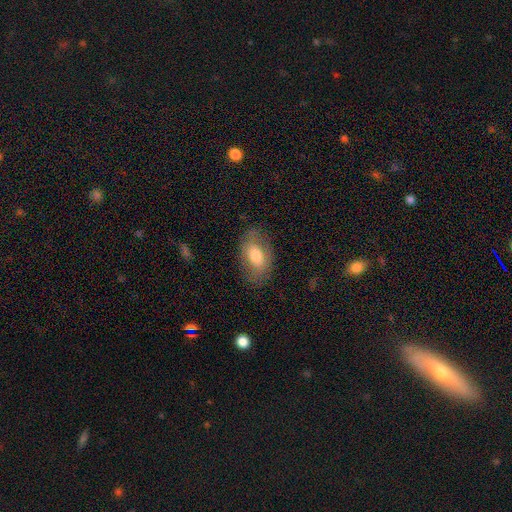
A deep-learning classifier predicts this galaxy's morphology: Smooth or featured?
  - smooth: 69% *
  - featured or disk: 23%
  - star or artifact: 7%
How rounded?
  - in between: 90% *
  - round: 7%
  - cigar-shaped: 3%
Merging?
  - none: 77% *
  - minor disturbance: 16%
  - major disturbance: 6%
  - merger: 1%